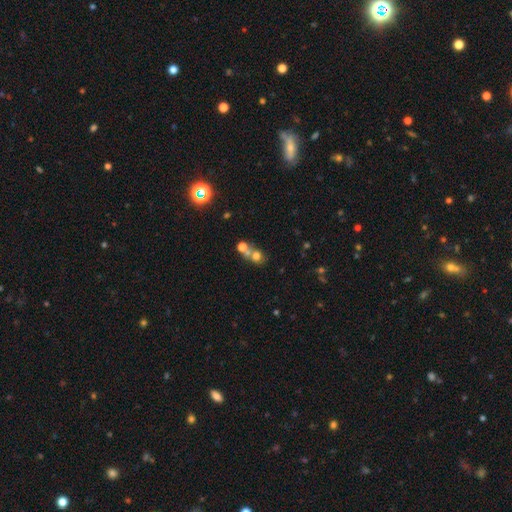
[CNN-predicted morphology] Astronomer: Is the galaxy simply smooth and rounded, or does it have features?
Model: smooth — 65%.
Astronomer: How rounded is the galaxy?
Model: round — 75%.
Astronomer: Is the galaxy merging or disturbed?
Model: merger — 52% (runner-up: none, 37%).